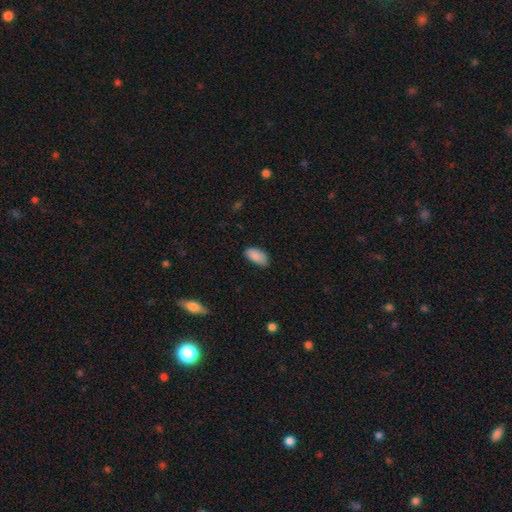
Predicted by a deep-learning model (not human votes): A smooth galaxy with no disk features (88%) that is in between round and cigar-shaped (92%). Merging: none (68%).